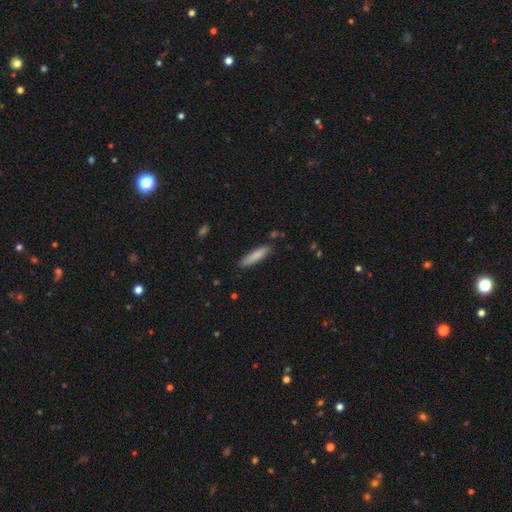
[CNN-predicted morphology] Smooth or featured? Predicted: smooth (p=0.82). How rounded? Predicted: cigar-shaped (p=0.81). Merging? Predicted: none (p=0.84).